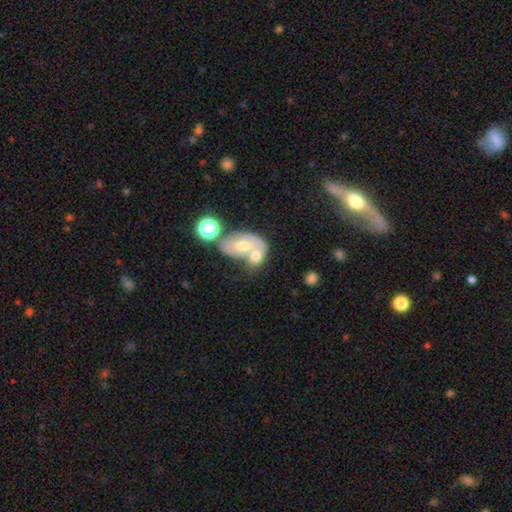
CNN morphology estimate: Q: Smooth or featured?
A: smooth (46%); runner-up: featured or disk (45%)
Q: Merging?
A: merger (64%); runner-up: none (20%)